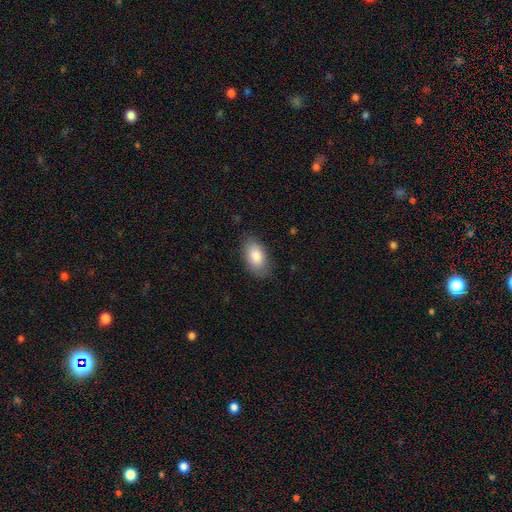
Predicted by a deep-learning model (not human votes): Smooth or featured?
  - smooth: 85% *
  - featured or disk: 9%
  - star or artifact: 7%
How rounded?
  - in between: 93% *
  - round: 4%
  - cigar-shaped: 2%
Merging?
  - none: 82% *
  - minor disturbance: 14%
  - major disturbance: 3%
  - merger: 1%